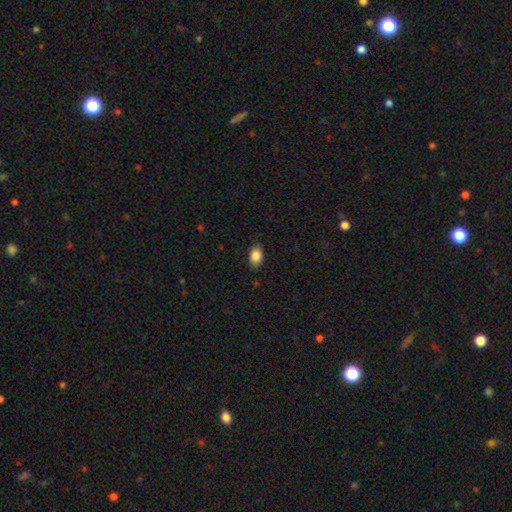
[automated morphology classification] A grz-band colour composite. It shows a smooth galaxy with no disk features (87%) that is in between round and cigar-shaped (86%). Merging: none (83%).